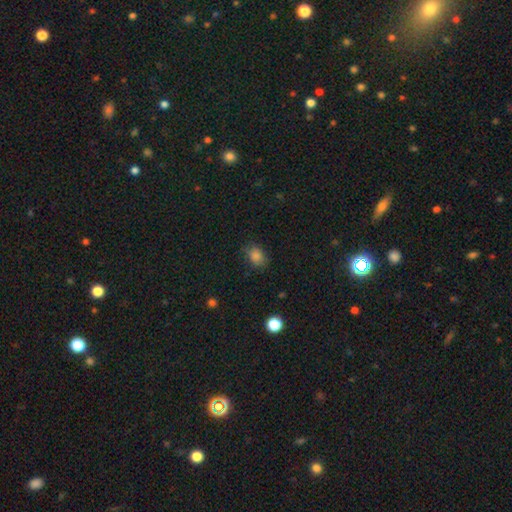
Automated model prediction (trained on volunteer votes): Q: Smooth or featured?
A: smooth (81%); runner-up: star or artifact (14%)
Q: How rounded?
A: in between (59%); runner-up: round (40%)
Q: Merging?
A: none (78%); runner-up: minor disturbance (17%)